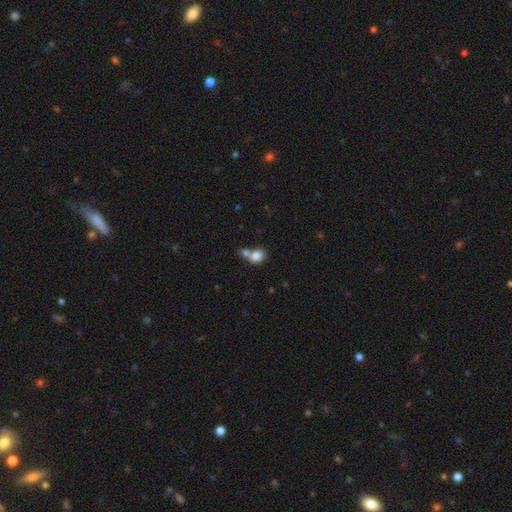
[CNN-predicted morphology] Smooth or featured: smooth — 82% (star or artifact — 9%)
How rounded: round — 55% (in between — 43%)
Merging: merger — 50% (none — 37%)